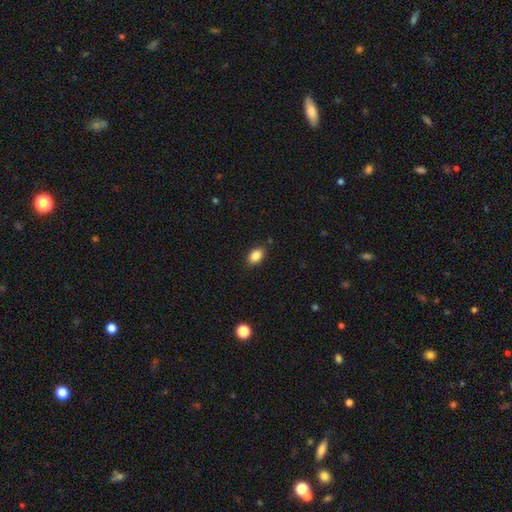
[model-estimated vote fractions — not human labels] smooth 86%, star or artifact 9%, featured or disk 5%. Down the decision tree: how rounded — in between (87%); merging — none (86%).